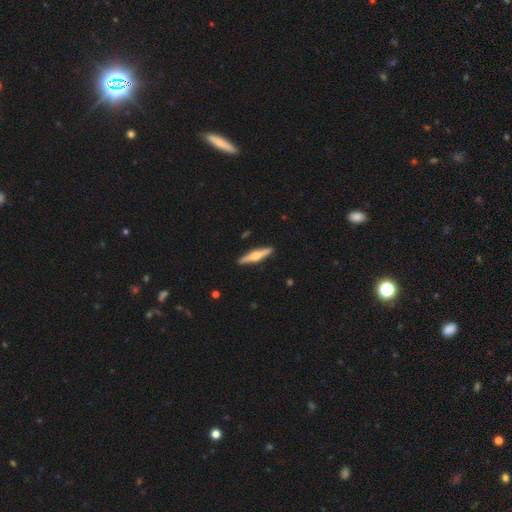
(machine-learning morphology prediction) Smooth or featured? Predicted: featured or disk (p=0.66). Edge-on disk? Predicted: yes (p=0.97). Edge-on bulge? Predicted: rounded (p=0.93). Merging? Predicted: none (p=0.91).